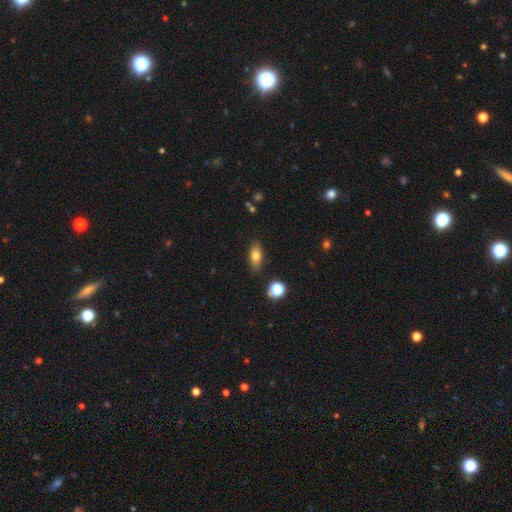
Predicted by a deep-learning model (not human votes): smooth_or_featured: smooth (p=0.74) [alt: featured or disk p=0.16]
how_rounded: in between (p=0.77) [alt: cigar-shaped p=0.16]
merging: none (p=0.85) [alt: minor disturbance p=0.11]